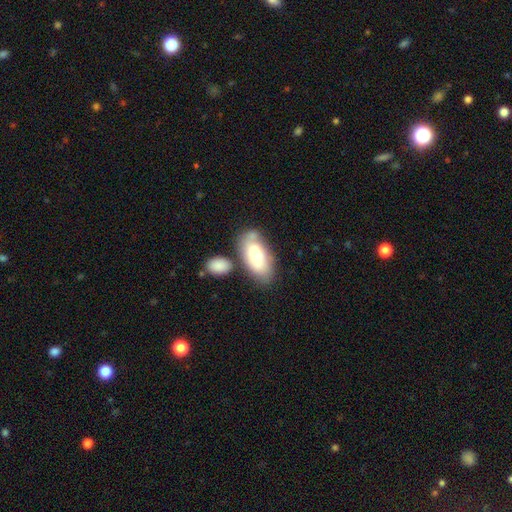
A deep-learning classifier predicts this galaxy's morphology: type=smooth (72%); roundness=in between (91%); merging=none (49%).